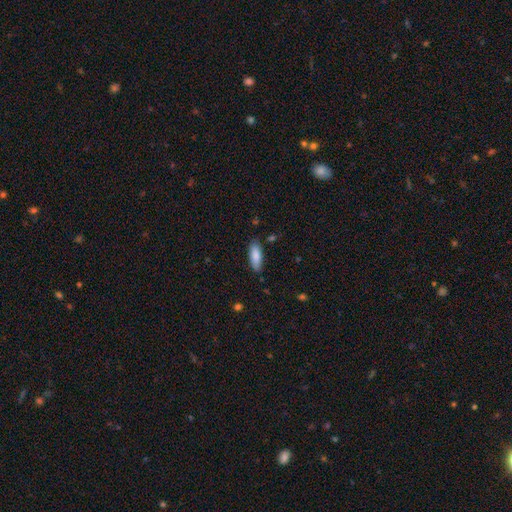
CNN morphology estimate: Smooth or featured? smooth (86%)
How rounded? in between (66%)
Merging? none (82%)